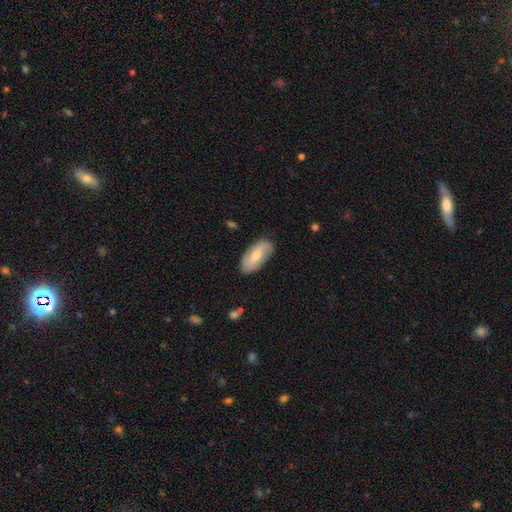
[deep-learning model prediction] Smooth or featured: smooth — 50% (featured or disk — 44%)
How rounded: in between — 90% (cigar-shaped — 7%)
Merging: none — 80% (minor disturbance — 15%)